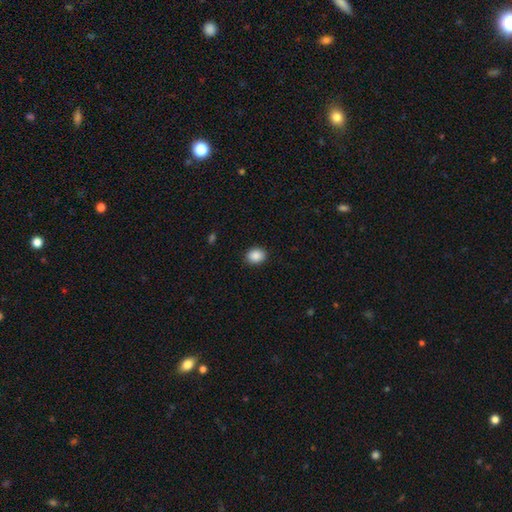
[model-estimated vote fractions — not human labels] Q: Smooth or featured?
A: smooth (89%); runner-up: star or artifact (8%)
Q: How rounded?
A: in between (54%); runner-up: round (46%)
Q: Merging?
A: none (89%); runner-up: minor disturbance (8%)